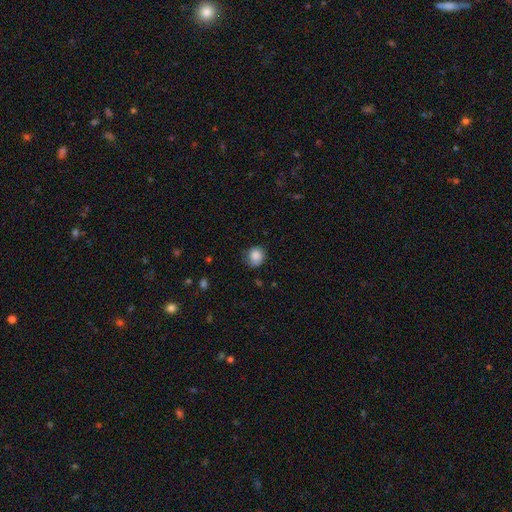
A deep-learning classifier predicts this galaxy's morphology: Smooth or featured?
  - smooth: 84% *
  - star or artifact: 8%
  - featured or disk: 8%
How rounded?
  - round: 79% *
  - in between: 20%
  - cigar-shaped: 1%
Merging?
  - none: 65% *
  - minor disturbance: 27%
  - major disturbance: 7%
  - merger: 1%